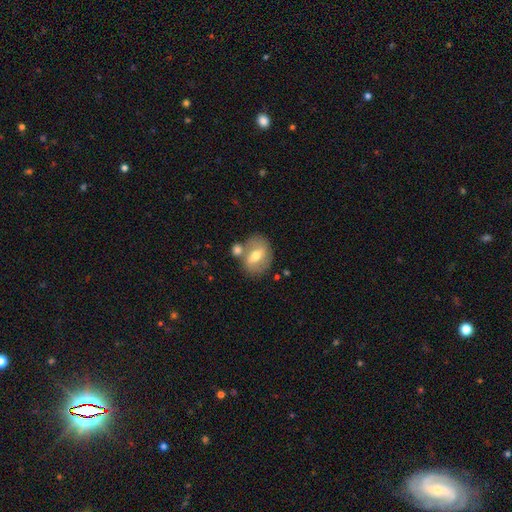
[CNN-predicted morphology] The model was most divided on "smooth or featured" (2-way tie): featured or disk: 46%, smooth: 46%, star or artifact: 7%. More confident: merging — none (60%).